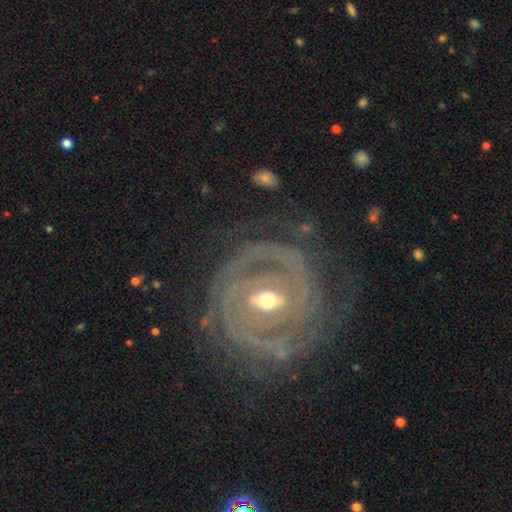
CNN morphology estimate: Smooth or featured?
  - featured or disk: 88% *
  - smooth: 6%
  - star or artifact: 6%
Edge-on disk?
  - no: 96% *
  - yes: 4%
Bar?
  - weak: 40% *
  - no: 32%
  - strong: 29%
Spiral arms?
  - yes: 93% *
  - no: 7%
Spiral winding?
  - tight: 73% *
  - medium: 22%
  - loose: 5%
Spiral arm count?
  - 2: 40% *
  - can't tell: 23%
  - 3: 17%
  - 4: 7%
  - 1: 6%
  - more than 4: 6%
Bulge size?
  - moderate: 57% *
  - small: 38%
  - large: 3%
  - none: 1%
  - dominant: 1%
Merging?
  - none: 74% *
  - minor disturbance: 15%
  - major disturbance: 9%
  - merger: 2%